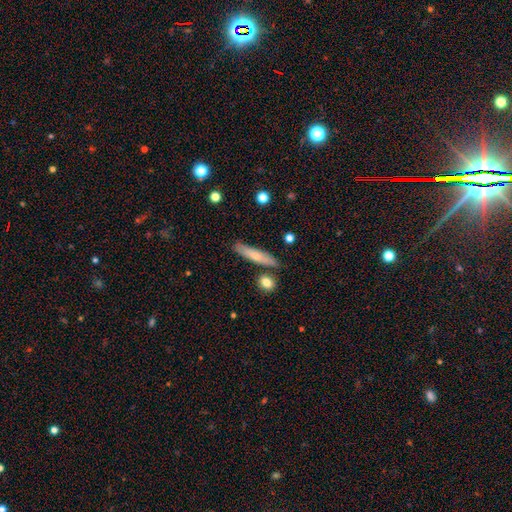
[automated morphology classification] smooth-or-featured: smooth: 60% | featured or disk: 34% | star or artifact: 6%
  how-rounded: cigar-shaped: 86% | in between: 12% | round: 2%
  merging: none: 80% | minor disturbance: 12% | merger: 5% | major disturbance: 2%